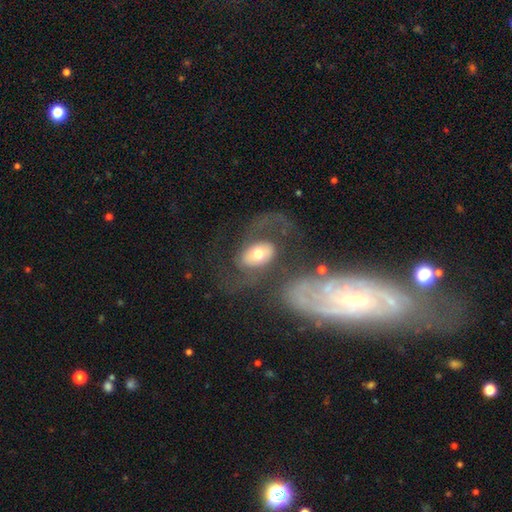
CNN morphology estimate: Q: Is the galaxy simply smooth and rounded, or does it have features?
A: featured or disk — 63%.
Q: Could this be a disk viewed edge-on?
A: no — 93%.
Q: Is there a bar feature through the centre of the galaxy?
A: no — 61%.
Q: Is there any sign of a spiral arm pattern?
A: yes — 79%.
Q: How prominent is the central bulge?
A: moderate — 58%.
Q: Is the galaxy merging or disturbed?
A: none — 48%.